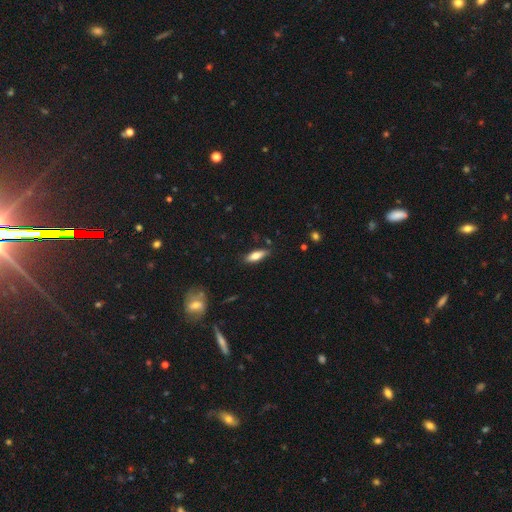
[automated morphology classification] type=smooth (69%); roundness=in between (57%); merging=none (82%).